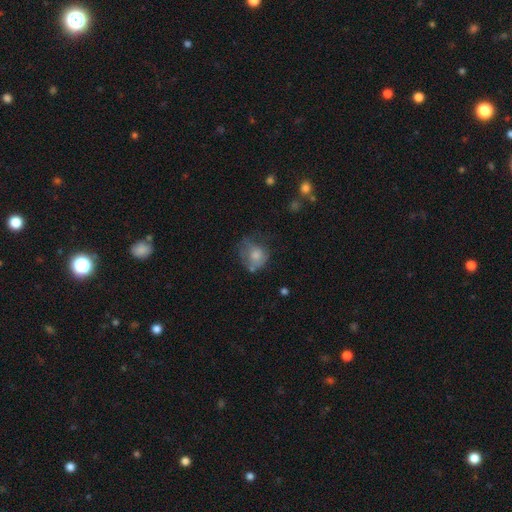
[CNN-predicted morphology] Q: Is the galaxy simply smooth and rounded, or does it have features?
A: smooth — 63%.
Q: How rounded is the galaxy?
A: round — 65%.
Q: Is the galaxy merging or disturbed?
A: none — 33%, tied with major disturbance.